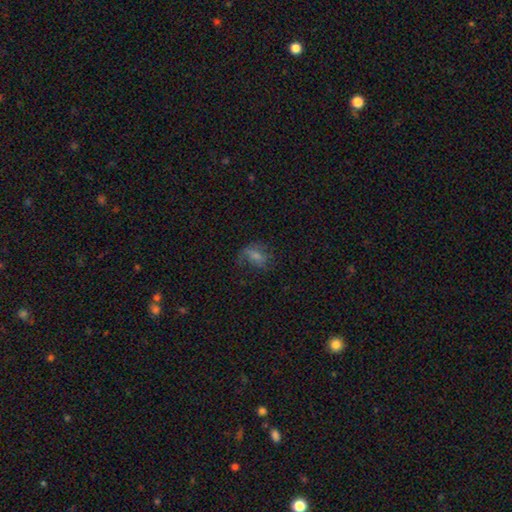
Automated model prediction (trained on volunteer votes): Q: Smooth or featured?
A: featured or disk (43%); runner-up: smooth (38%)
Q: Merging?
A: none (52%); runner-up: major disturbance (24%)